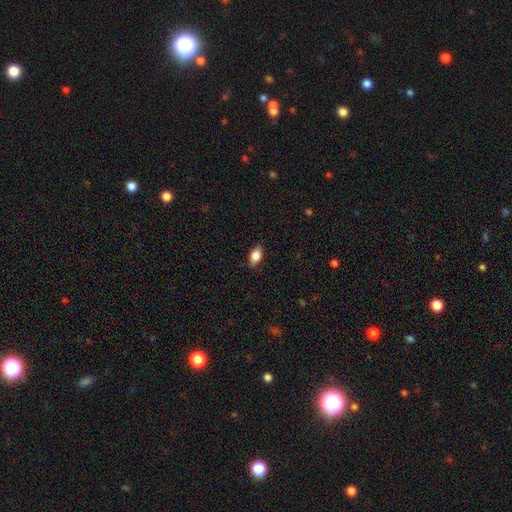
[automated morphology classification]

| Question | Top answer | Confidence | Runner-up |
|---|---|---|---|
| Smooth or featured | smooth | 82% | featured or disk (10%) |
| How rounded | in between | 87% | round (9%) |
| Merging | none | 84% | minor disturbance (13%) |